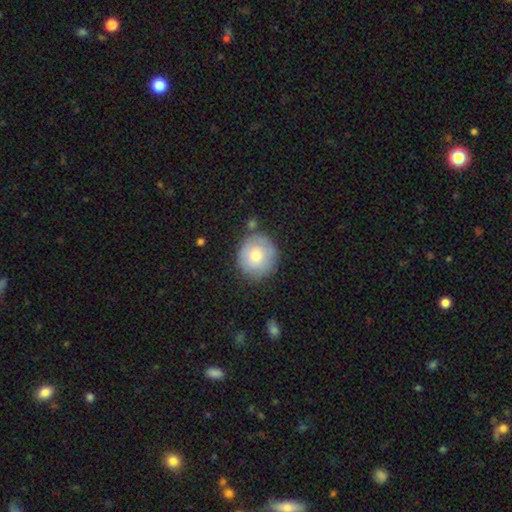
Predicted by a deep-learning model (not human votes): smooth 71%, featured or disk 21%, star or artifact 7%. Down the decision tree: how rounded — round (91%); merging — none (77%).